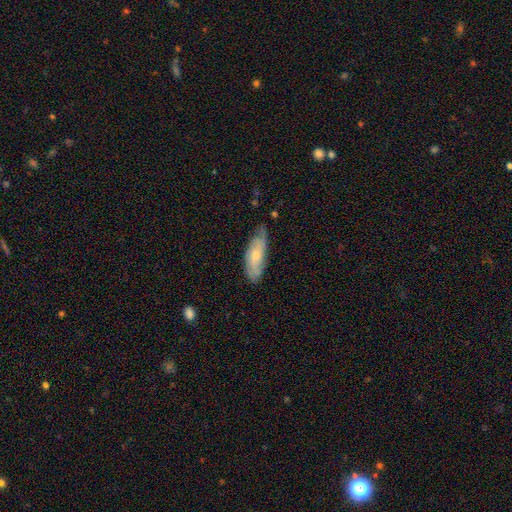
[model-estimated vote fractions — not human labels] smooth_or_featured: smooth (p=0.51) [alt: featured or disk p=0.43]
how_rounded: in between (p=0.62) [alt: cigar-shaped p=0.36]
merging: none (p=0.62) [alt: minor disturbance p=0.30]